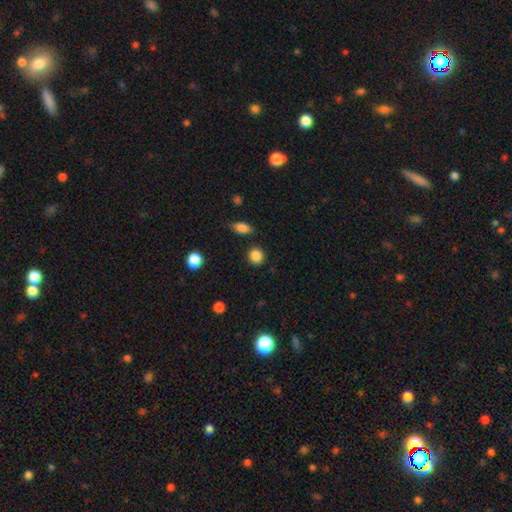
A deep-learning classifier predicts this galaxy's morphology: This is clearly a smooth galaxy (86%). How rounded: clearly round (82%). Merging: clearly none (86%).